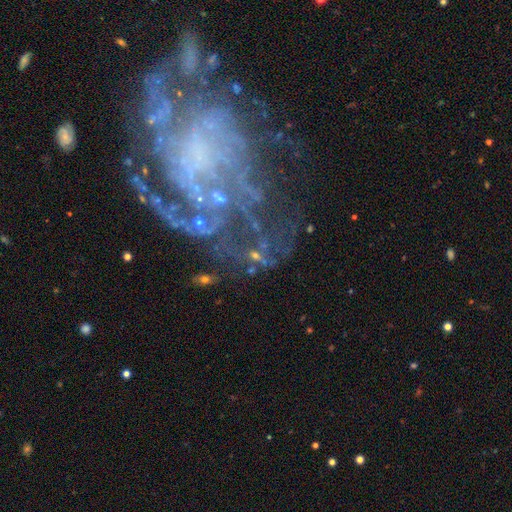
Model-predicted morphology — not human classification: Smooth or featured? Predicted: featured or disk (p=0.59). Edge-on disk? Predicted: no (p=0.96). Bar? Predicted: no (p=0.63). Spiral arms? Predicted: yes (p=0.69). Bulge size? Predicted: small (p=0.49). Merging? Predicted: none (p=0.47).